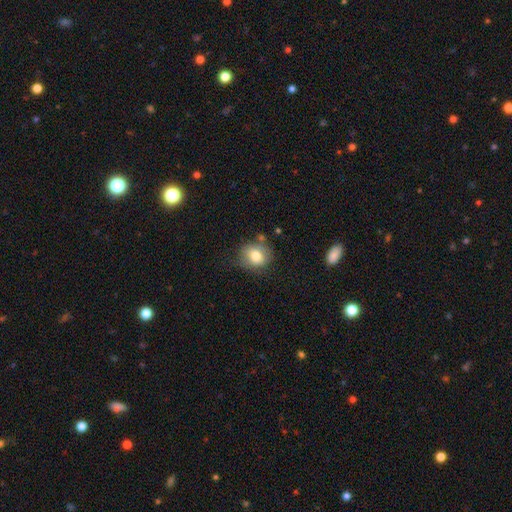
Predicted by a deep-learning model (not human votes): smooth-or-featured: smooth: 77% | featured or disk: 14% | star or artifact: 9%
  how-rounded: round: 71% | in between: 28% | cigar-shaped: 1%
  merging: none: 68% | minor disturbance: 21% | major disturbance: 6% | merger: 6%